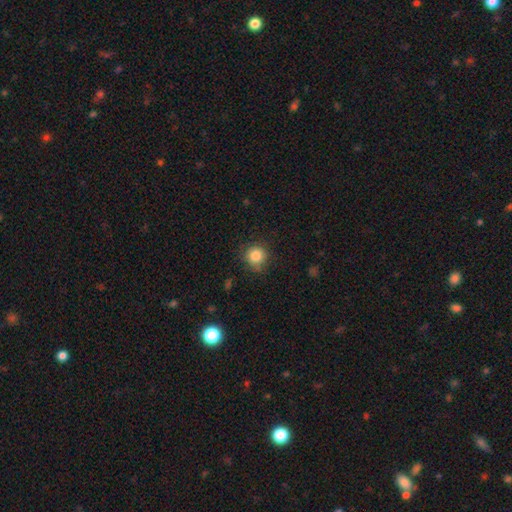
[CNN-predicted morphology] type=smooth (84%); roundness=round (92%); merging=none (82%).